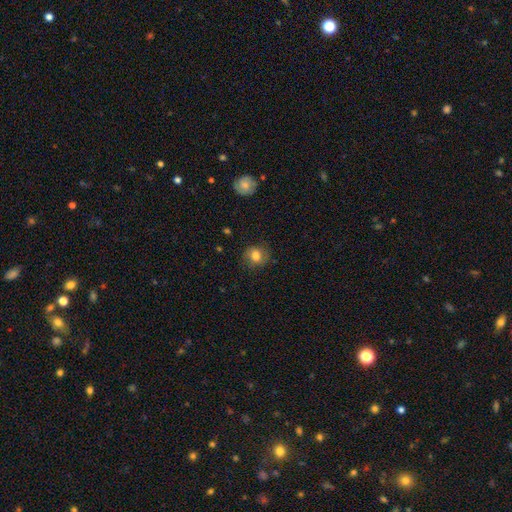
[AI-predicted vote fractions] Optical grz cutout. It shows a smooth galaxy with no disk features (77%) that is round (76%). Merging: none (81%).